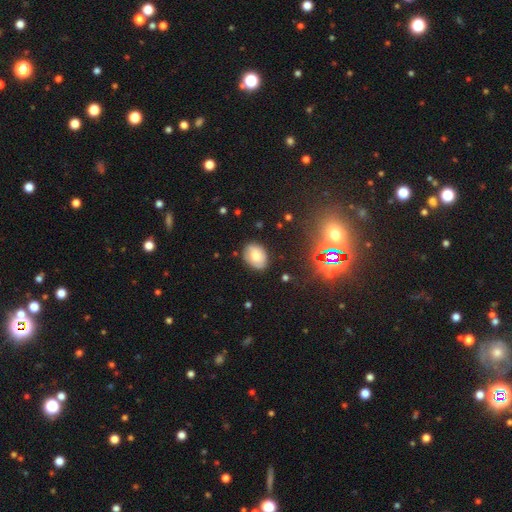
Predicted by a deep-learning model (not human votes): smooth 68%, featured or disk 21%, star or artifact 12%. Down the decision tree: how rounded — in between (71%); merging — none (81%).